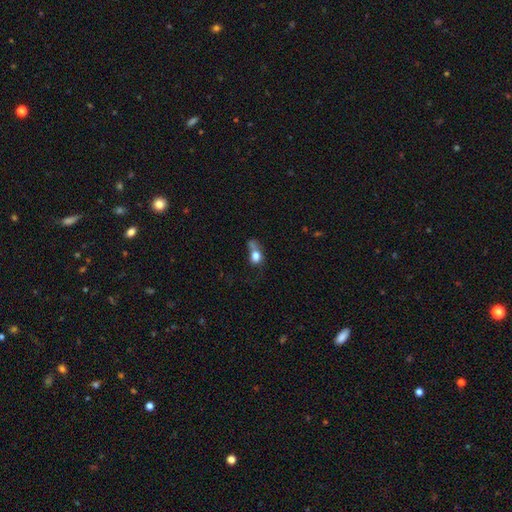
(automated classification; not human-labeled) Morphology: type=smooth (74%); roundness=in between (56%); merging=merger (32%).